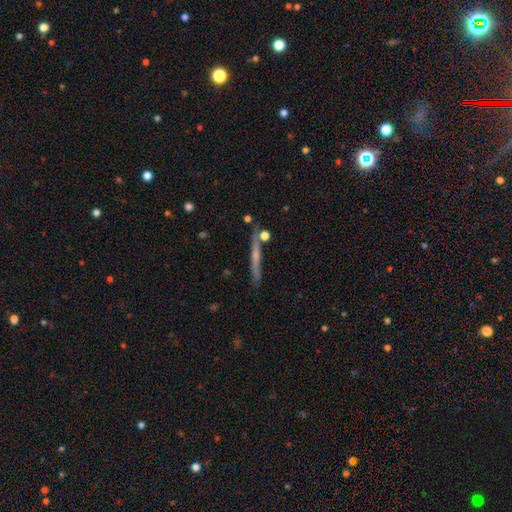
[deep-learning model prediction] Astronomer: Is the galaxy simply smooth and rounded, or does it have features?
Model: featured or disk — 58% (runner-up: smooth, 34%).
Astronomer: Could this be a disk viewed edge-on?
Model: yes — 95%.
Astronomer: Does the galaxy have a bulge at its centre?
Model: none — 53% (runner-up: rounded, 40%).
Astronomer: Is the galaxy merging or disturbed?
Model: none — 81%.